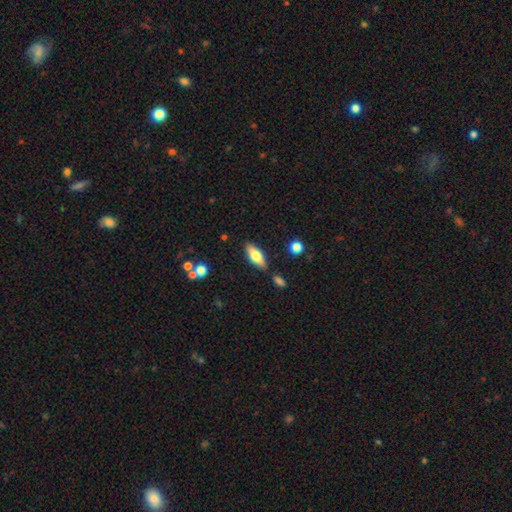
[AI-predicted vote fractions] Q: Smooth or featured?
A: smooth (62%); runner-up: featured or disk (32%)
Q: How rounded?
A: in between (68%); runner-up: cigar-shaped (30%)
Q: Merging?
A: none (83%); runner-up: minor disturbance (11%)